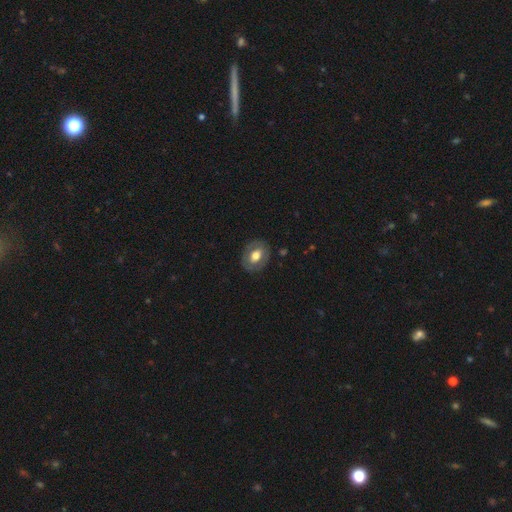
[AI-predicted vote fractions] Smooth or featured? smooth (55%)
How rounded? in between (65%)
Merging? none (82%)